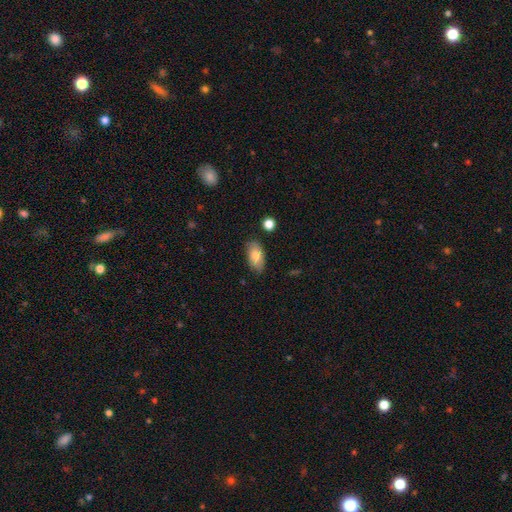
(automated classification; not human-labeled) A smooth galaxy with no disk features (78%) that is in between round and cigar-shaped (92%). Merging: none (78%).